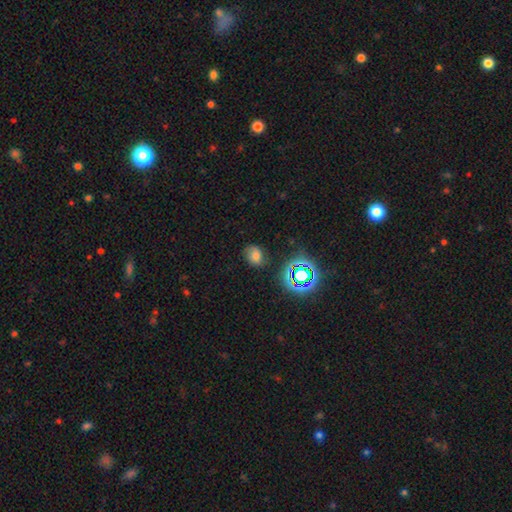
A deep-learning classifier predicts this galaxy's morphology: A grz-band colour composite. It shows a smooth galaxy with no disk features (59%) that is in between round and cigar-shaped (51%). Merging: none (72%).